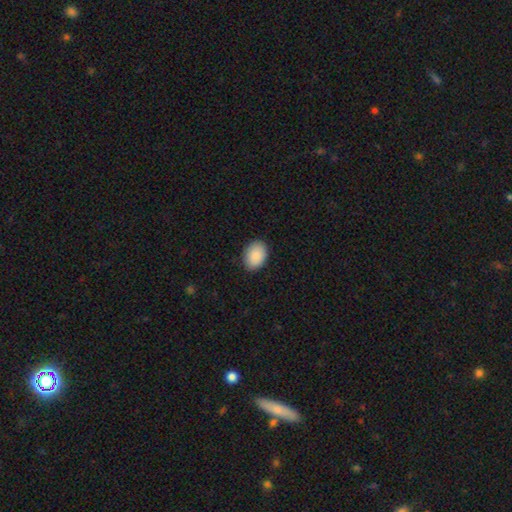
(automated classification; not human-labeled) Smooth or featured: smooth — 90% (star or artifact — 6%)
How rounded: in between — 79% (round — 21%)
Merging: none — 89% (minor disturbance — 9%)